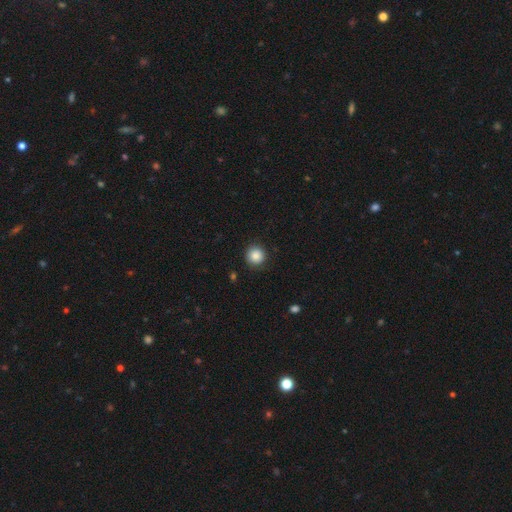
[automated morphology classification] Smooth or featured? smooth (86%)
How rounded? round (94%)
Merging? none (87%)